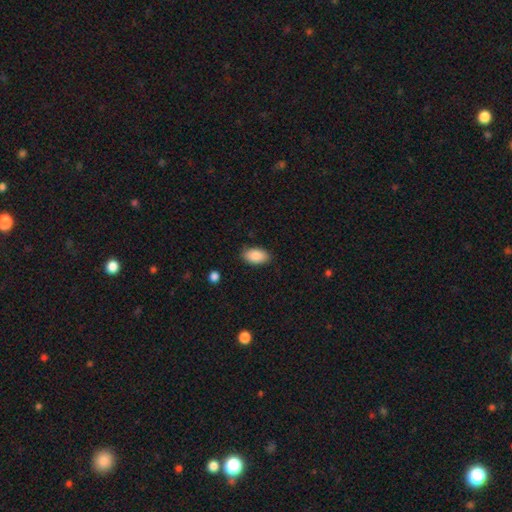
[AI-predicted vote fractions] A smooth galaxy with no disk features (89%) that is in between round and cigar-shaped (94%). Merging: none (85%).